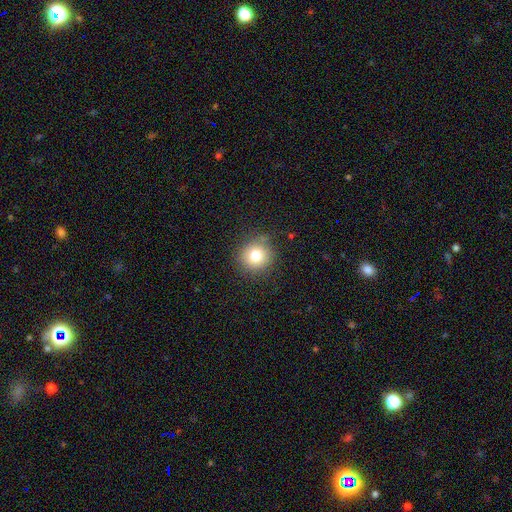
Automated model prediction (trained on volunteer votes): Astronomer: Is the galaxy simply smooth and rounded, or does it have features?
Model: smooth — 78%.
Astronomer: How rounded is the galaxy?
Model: round — 92%.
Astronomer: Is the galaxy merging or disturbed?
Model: none — 85%.